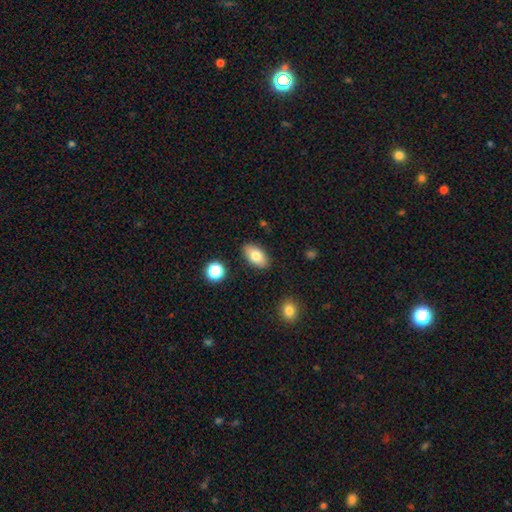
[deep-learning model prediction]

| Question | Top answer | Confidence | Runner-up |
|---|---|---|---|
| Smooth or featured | smooth | 79% | featured or disk (13%) |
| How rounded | in between | 92% | round (5%) |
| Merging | none | 87% | minor disturbance (9%) |